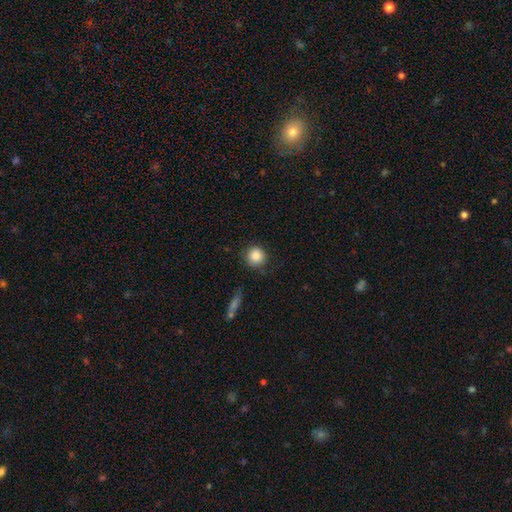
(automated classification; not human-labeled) Smooth or featured?
  - smooth: 87% *
  - star or artifact: 8%
  - featured or disk: 5%
How rounded?
  - round: 93% *
  - in between: 6%
  - cigar-shaped: 1%
Merging?
  - none: 84% *
  - minor disturbance: 11%
  - major disturbance: 3%
  - merger: 2%